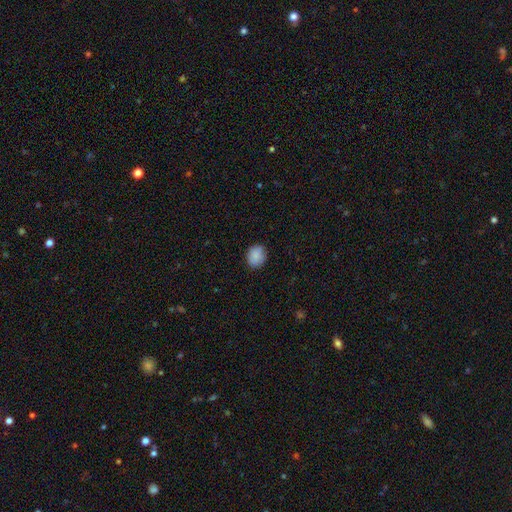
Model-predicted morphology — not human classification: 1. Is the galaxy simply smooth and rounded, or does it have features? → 87% smooth, 8% star or artifact, 5% featured or disk.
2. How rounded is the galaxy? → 62% round, 37% in between, 1% cigar-shaped.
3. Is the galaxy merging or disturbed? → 83% none, 13% minor disturbance, 3% major disturbance, 1% merger.